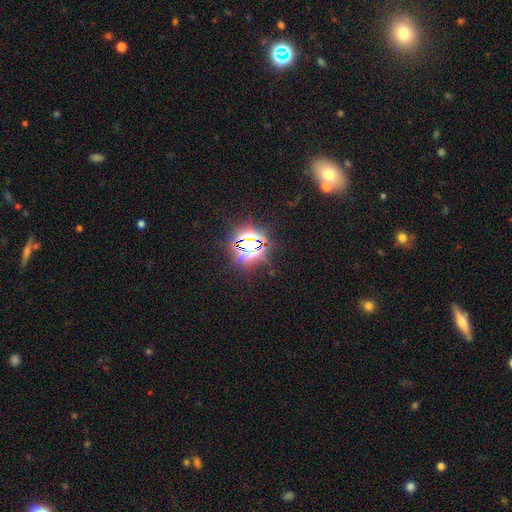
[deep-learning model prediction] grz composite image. It shows a star or artifact, not a galaxy (75%).